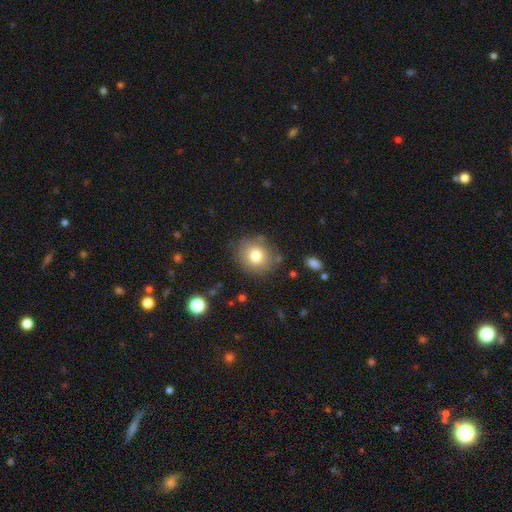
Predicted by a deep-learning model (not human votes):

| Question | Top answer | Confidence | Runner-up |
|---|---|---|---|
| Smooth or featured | smooth | 78% | star or artifact (11%) |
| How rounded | round | 78% | in between (21%) |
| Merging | none | 81% | minor disturbance (12%) |